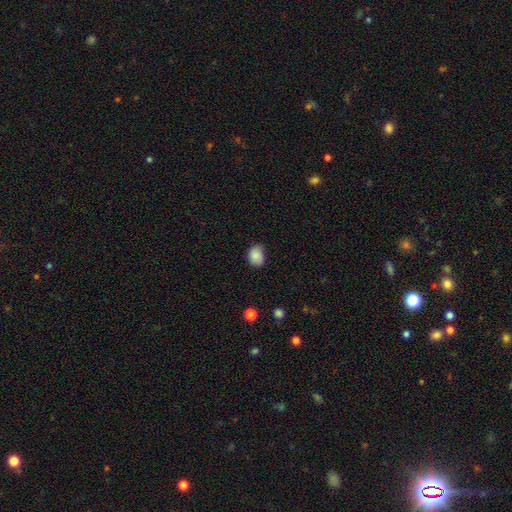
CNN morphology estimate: This is clearly a smooth galaxy (87%). How rounded: likely in between (63%). Merging: likely none (74%).